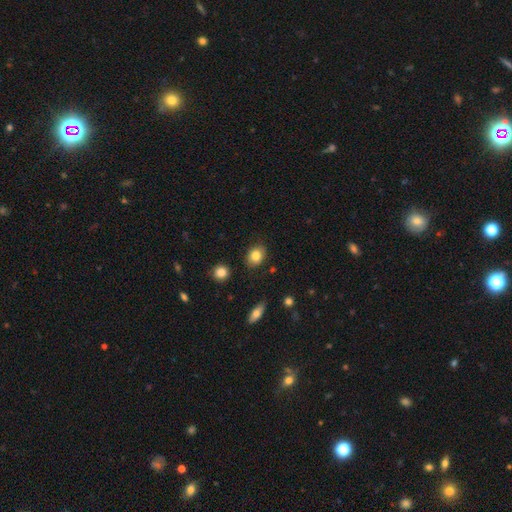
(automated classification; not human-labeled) The model was most divided on "how rounded": in between: 62%, round: 36%, cigar-shaped: 1%. More confident: merging — none (84%); smooth or featured — smooth (83%).